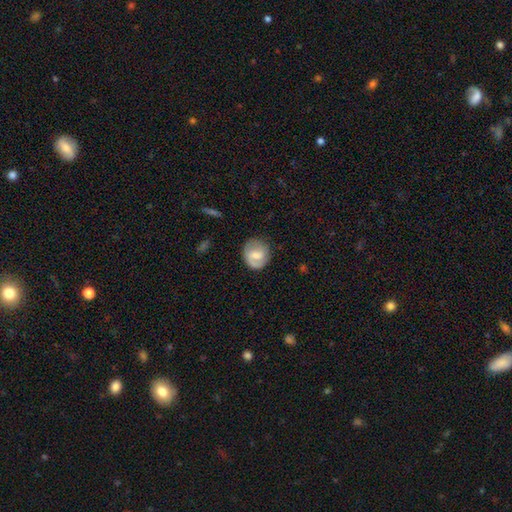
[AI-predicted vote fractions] smooth_or_featured: smooth (p=0.50) [alt: featured or disk p=0.44]
merging: none (p=0.72) [alt: minor disturbance p=0.18]